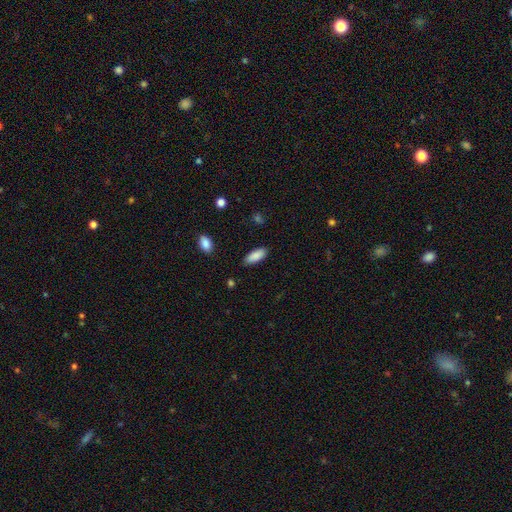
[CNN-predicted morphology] smooth_or_featured: smooth (p=0.88) [alt: star or artifact p=0.07]
how_rounded: in between (p=0.78) [alt: cigar-shaped p=0.21]
merging: none (p=0.86) [alt: minor disturbance p=0.10]